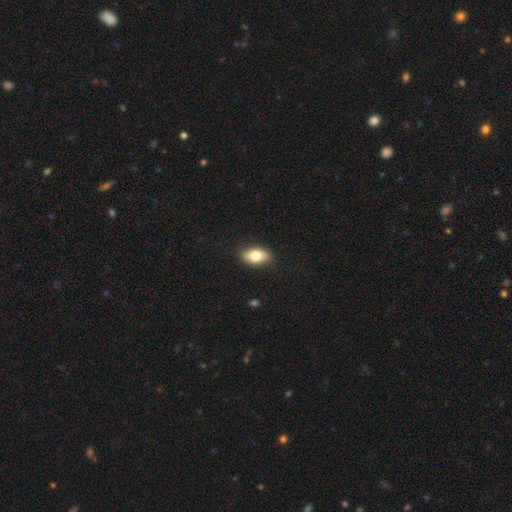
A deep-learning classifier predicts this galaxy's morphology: This is likely a smooth galaxy (77%). How rounded: clearly in between (89%). Merging: clearly none (87%).